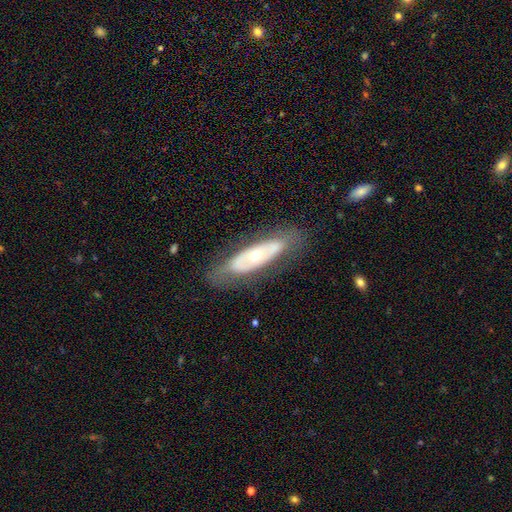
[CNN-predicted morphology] featured or disk 59%, smooth 34%, star or artifact 6%. Down the decision tree: edge-on disk — no (74%); merging — none (73%).